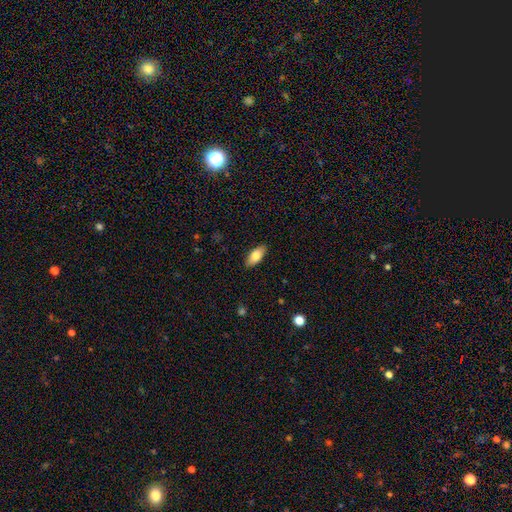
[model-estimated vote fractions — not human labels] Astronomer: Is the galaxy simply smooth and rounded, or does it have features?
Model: smooth — 80%.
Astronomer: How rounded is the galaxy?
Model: in between — 86%.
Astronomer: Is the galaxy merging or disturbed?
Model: none — 88%.